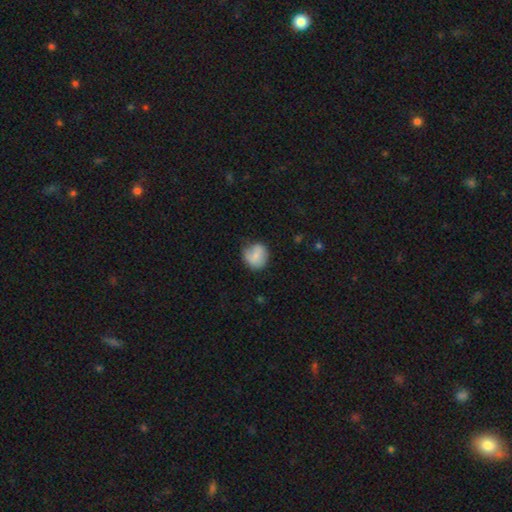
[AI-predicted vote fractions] smooth-or-featured: smooth: 71% | featured or disk: 21% | star or artifact: 8%
  how-rounded: round: 80% | in between: 18% | cigar-shaped: 1%
  merging: none: 66% | minor disturbance: 24% | major disturbance: 8% | merger: 3%